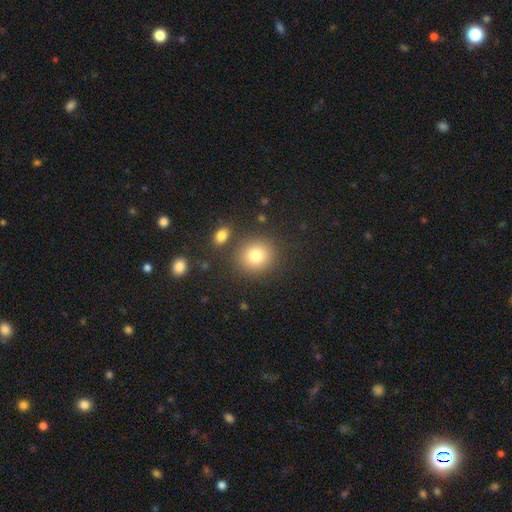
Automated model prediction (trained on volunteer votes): A smooth galaxy with no disk features (80%) that is round (84%). Merging: none (83%).